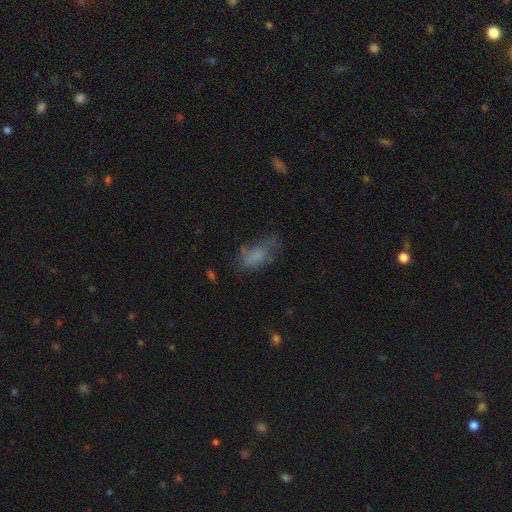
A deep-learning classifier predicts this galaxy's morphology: Smooth or featured: smooth — 66% (featured or disk — 22%)
How rounded: in between — 86% (cigar-shaped — 8%)
Merging: none — 43% (minor disturbance — 29%)